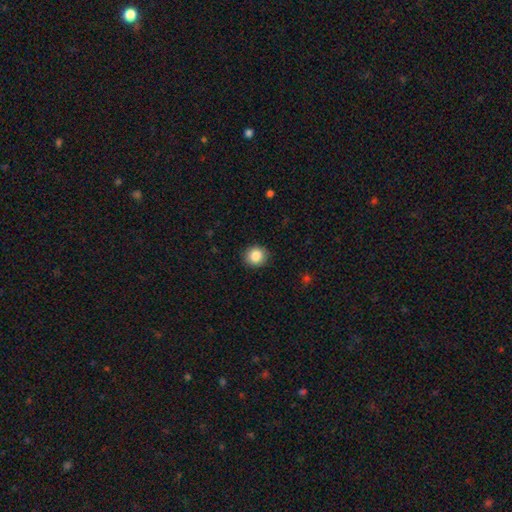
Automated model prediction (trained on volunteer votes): Smooth or featured?
  - smooth: 85% *
  - star or artifact: 9%
  - featured or disk: 6%
How rounded?
  - round: 87% *
  - in between: 12%
  - cigar-shaped: 1%
Merging?
  - none: 90% *
  - minor disturbance: 7%
  - major disturbance: 2%
  - merger: 1%